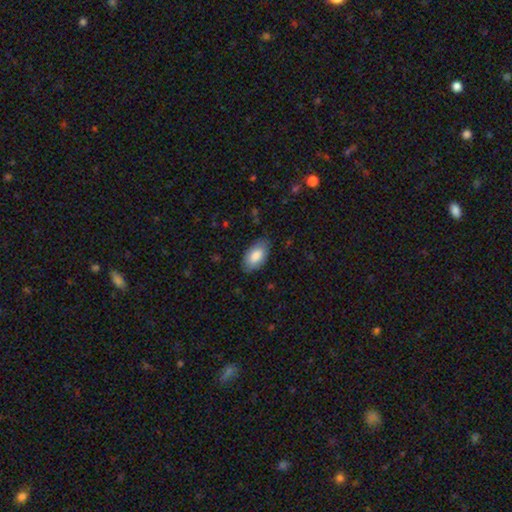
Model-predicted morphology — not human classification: Q: Smooth or featured?
A: smooth (84%); runner-up: featured or disk (10%)
Q: How rounded?
A: in between (95%); runner-up: round (3%)
Q: Merging?
A: none (81%); runner-up: minor disturbance (15%)